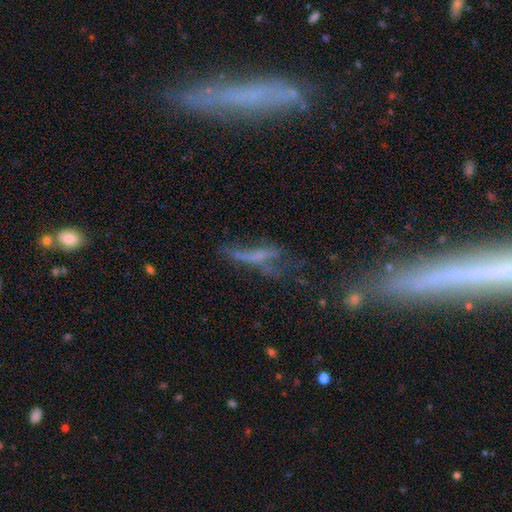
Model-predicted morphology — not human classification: smooth_or_featured: featured or disk (p=0.44) [alt: smooth p=0.38]
merging: major disturbance (p=0.42) [alt: none p=0.28]